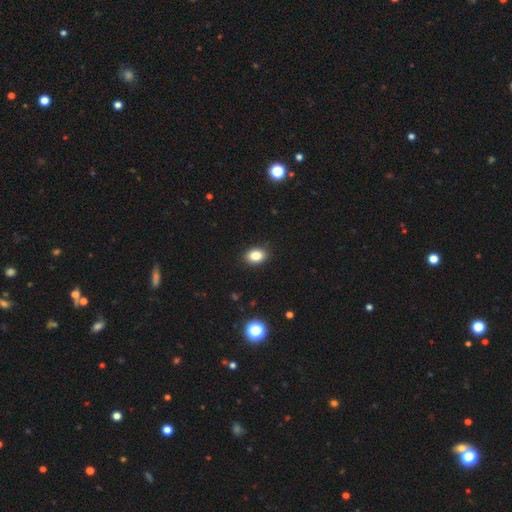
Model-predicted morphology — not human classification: Smooth or featured?
  - smooth: 84% *
  - star or artifact: 10%
  - featured or disk: 6%
How rounded?
  - in between: 70% *
  - round: 28%
  - cigar-shaped: 1%
Merging?
  - none: 90% *
  - minor disturbance: 7%
  - major disturbance: 2%
  - merger: 1%